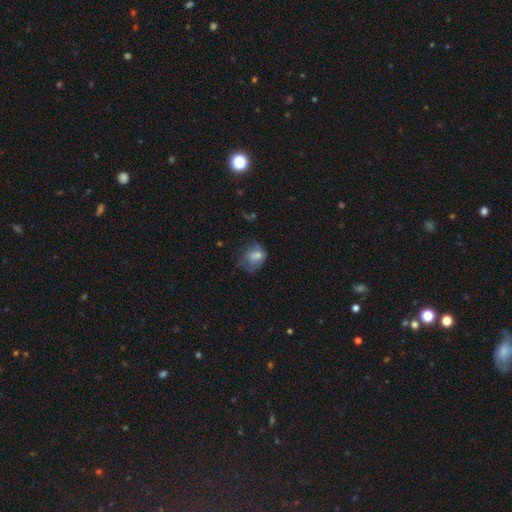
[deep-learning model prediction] smooth-or-featured: smooth: 59% | featured or disk: 30% | star or artifact: 11%
  how-rounded: in between: 57% | round: 41% | cigar-shaped: 1%
  merging: none: 34% | major disturbance: 33% | minor disturbance: 28% | merger: 5%